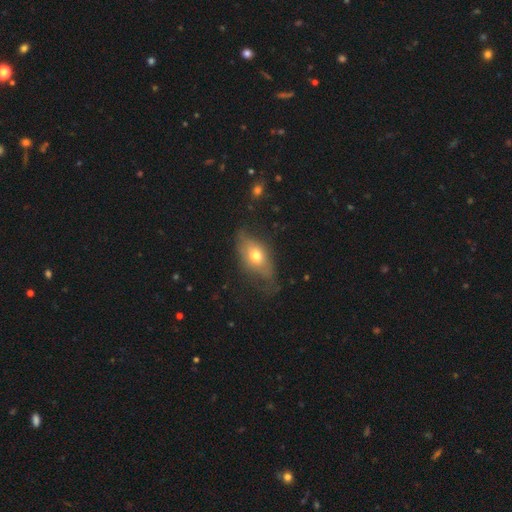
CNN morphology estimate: type=smooth (61%); roundness=in between (83%); merging=none (48%).